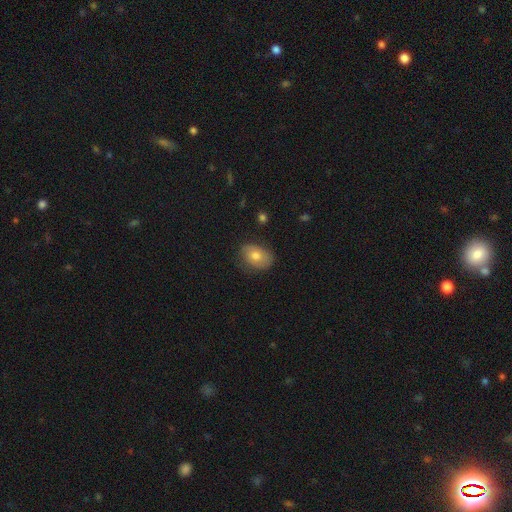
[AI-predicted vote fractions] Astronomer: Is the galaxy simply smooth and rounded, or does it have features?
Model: smooth — 72%.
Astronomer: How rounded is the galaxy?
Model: in between — 74%.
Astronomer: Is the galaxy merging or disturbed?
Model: none — 74%.